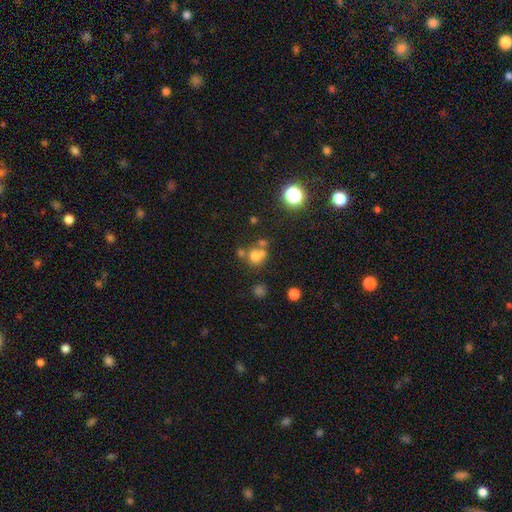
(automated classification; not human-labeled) Overall: smooth (67%). How rounded: round (79%). Merging: none (46%; merger 37%).